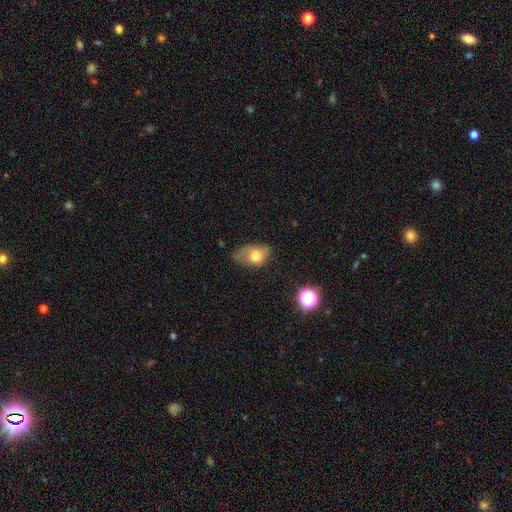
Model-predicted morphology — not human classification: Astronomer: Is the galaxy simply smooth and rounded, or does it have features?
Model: smooth — 69%.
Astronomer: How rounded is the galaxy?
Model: in between — 78%.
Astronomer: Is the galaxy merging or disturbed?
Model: minor disturbance — 39% (runner-up: none, 37%).